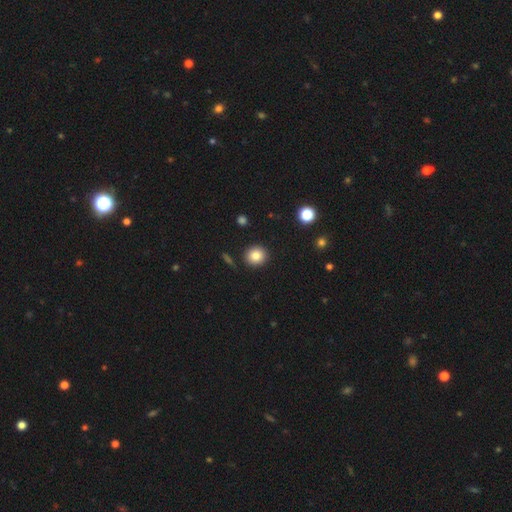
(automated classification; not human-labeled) This is clearly a smooth galaxy (84%). How rounded: clearly round (87%). Merging: clearly none (90%).